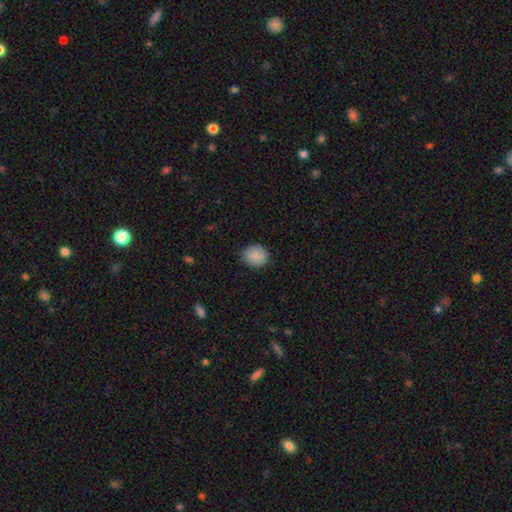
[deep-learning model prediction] Q: Smooth or featured?
A: smooth (88%); runner-up: star or artifact (8%)
Q: How rounded?
A: round (78%); runner-up: in between (21%)
Q: Merging?
A: none (86%); runner-up: minor disturbance (10%)